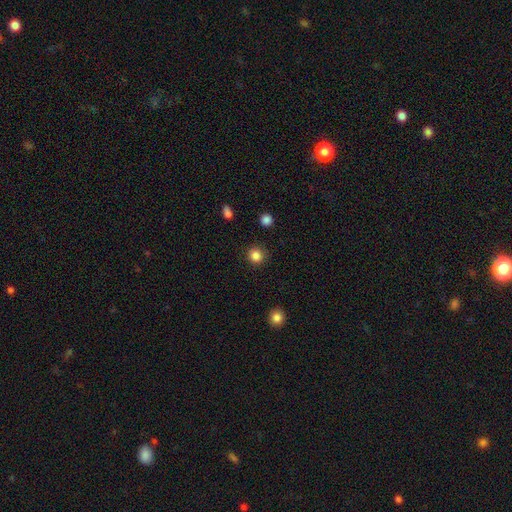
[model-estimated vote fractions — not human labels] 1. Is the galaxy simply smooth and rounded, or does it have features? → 85% smooth, 11% star or artifact, 4% featured or disk.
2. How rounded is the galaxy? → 92% round, 7% in between, 1% cigar-shaped.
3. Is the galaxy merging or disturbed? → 90% none, 6% minor disturbance, 2% major disturbance, 1% merger.